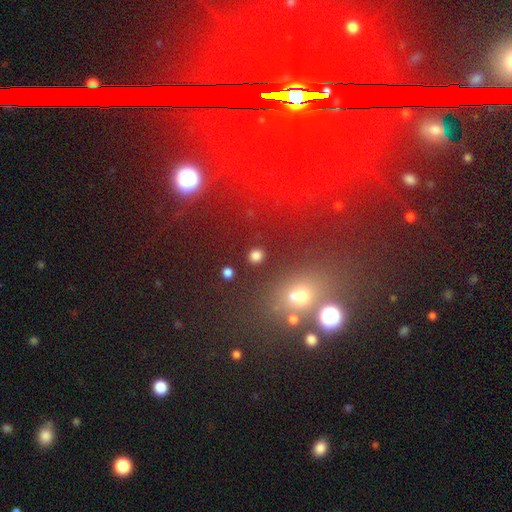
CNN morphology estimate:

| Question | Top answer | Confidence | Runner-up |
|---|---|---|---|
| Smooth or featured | smooth | 80% | star or artifact (15%) |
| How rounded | round | 72% | in between (27%) |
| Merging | none | 89% | minor disturbance (6%) |